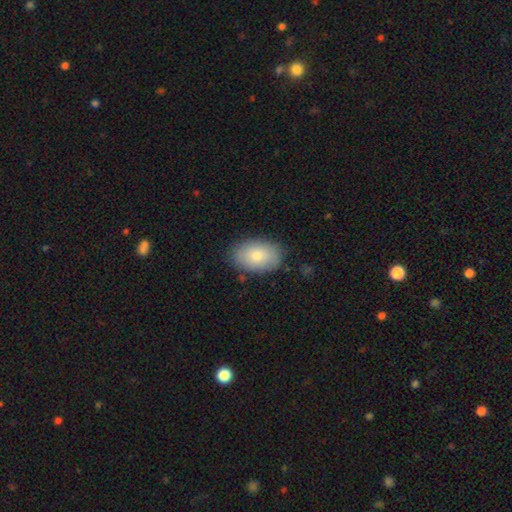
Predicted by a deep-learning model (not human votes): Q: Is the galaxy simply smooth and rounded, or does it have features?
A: smooth — 79%.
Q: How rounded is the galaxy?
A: in between — 90%.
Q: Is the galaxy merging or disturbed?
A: none — 84%.